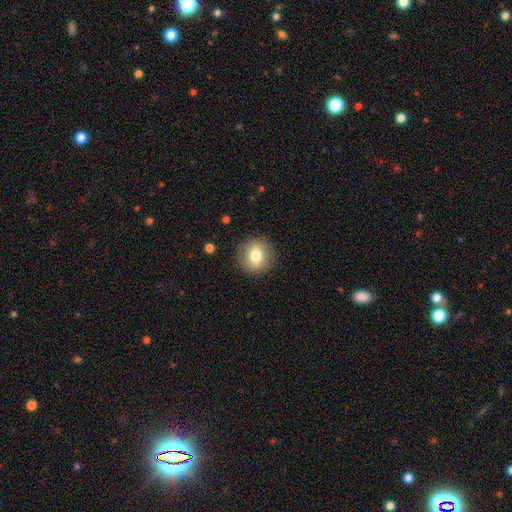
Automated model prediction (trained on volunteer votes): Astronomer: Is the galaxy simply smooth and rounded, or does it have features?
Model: smooth — 74%.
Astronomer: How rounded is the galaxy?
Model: round — 89%.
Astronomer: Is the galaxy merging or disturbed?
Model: none — 89%.